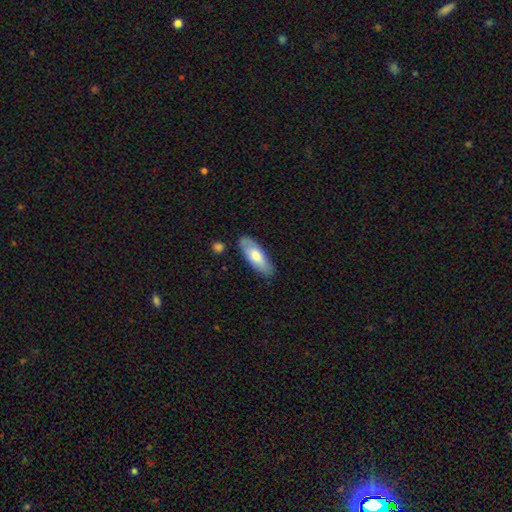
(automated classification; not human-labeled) Overall: smooth (72%). How rounded: in between (70%). Merging: none (81%).